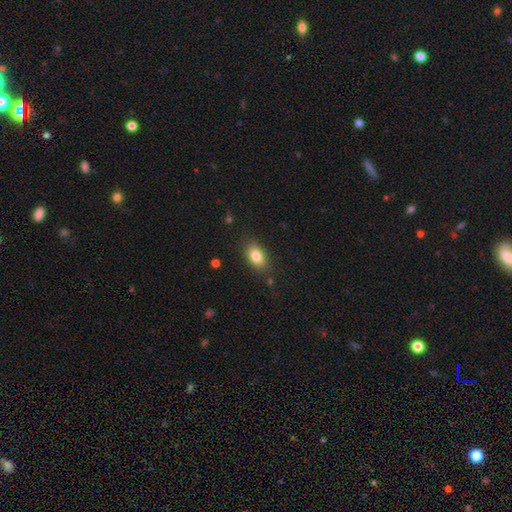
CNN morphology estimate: This appears to be a smooth galaxy with no disk features (83%) that is in between round and cigar-shaped (87%). Merging: none (84%).